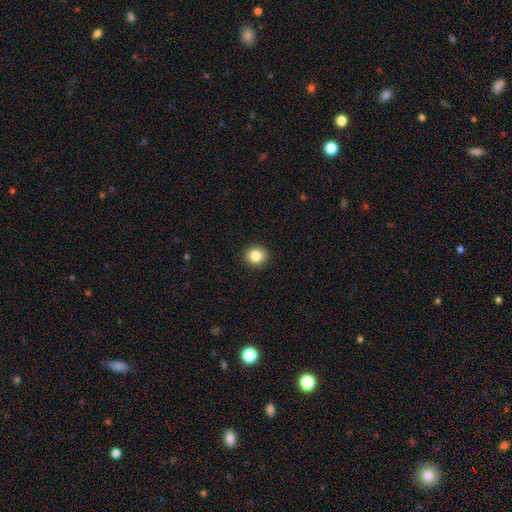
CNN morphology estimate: Smooth or featured? smooth (84%)
How rounded? round (84%)
Merging? none (92%)